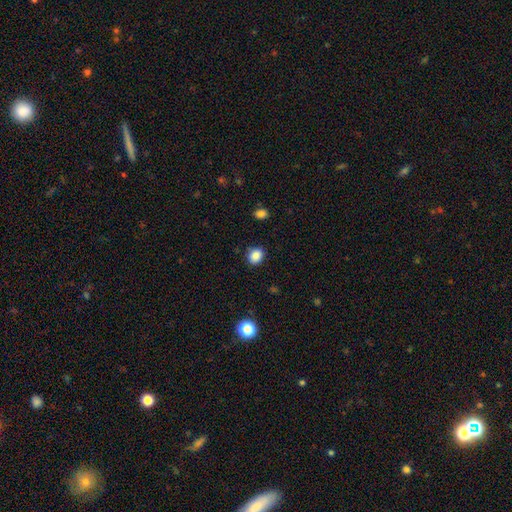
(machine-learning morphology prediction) This appears to be a smooth galaxy with no disk features (87%) that is round (56%). Merging: none (84%).